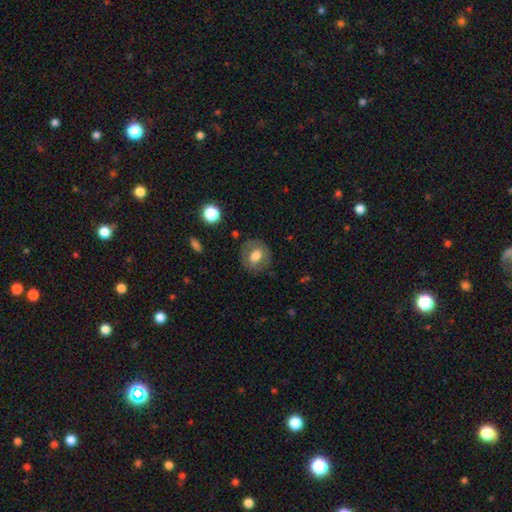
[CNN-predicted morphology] smooth-or-featured: smooth: 62% | featured or disk: 30% | star or artifact: 8%
  how-rounded: round: 70% | in between: 29% | cigar-shaped: 1%
  merging: none: 79% | minor disturbance: 14% | major disturbance: 6% | merger: 2%